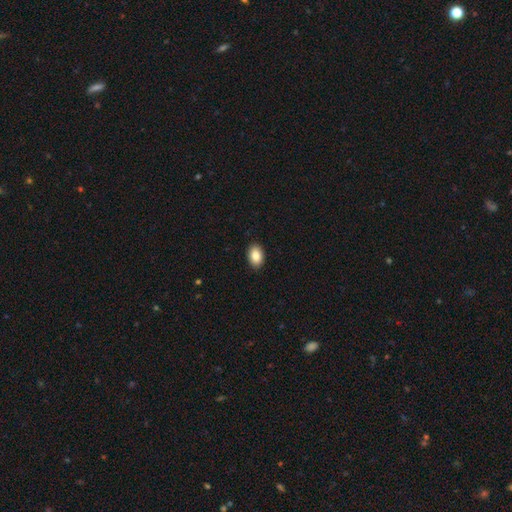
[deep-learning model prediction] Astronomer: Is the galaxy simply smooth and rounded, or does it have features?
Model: smooth — 86%.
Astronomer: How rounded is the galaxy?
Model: in between — 86%.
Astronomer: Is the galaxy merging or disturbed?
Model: none — 91%.